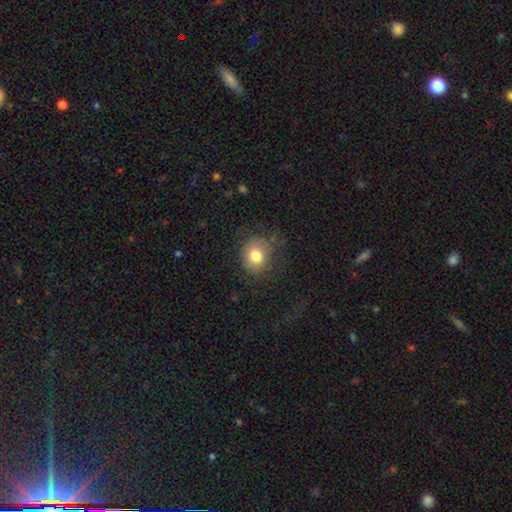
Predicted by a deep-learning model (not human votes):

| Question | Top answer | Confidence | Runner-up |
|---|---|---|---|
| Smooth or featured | smooth | 78% | featured or disk (12%) |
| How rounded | round | 76% | in between (23%) |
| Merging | none | 71% | minor disturbance (18%) |